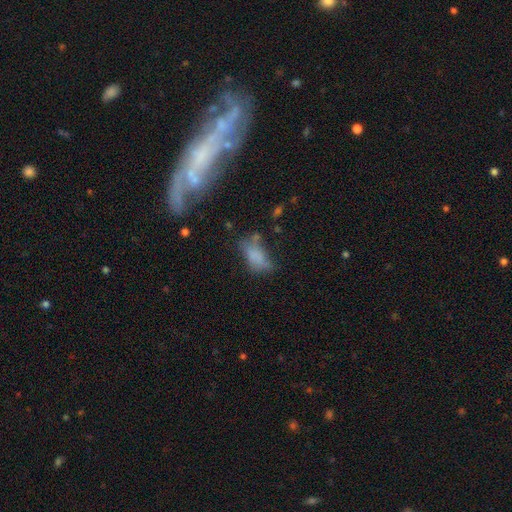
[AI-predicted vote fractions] Smooth or featured?
  - smooth: 68% *
  - featured or disk: 20%
  - star or artifact: 13%
How rounded?
  - in between: 86% *
  - cigar-shaped: 9%
  - round: 5%
Merging?
  - none: 36% *
  - minor disturbance: 31%
  - major disturbance: 24%
  - merger: 9%